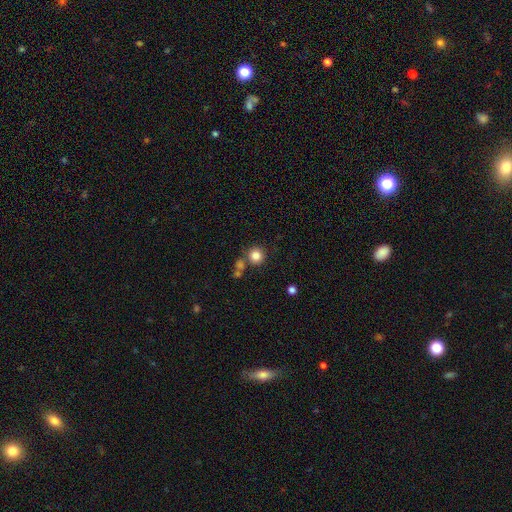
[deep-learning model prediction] smooth 83%, star or artifact 11%, featured or disk 6%. Down the decision tree: how rounded — round (93%); merging — none (74%).